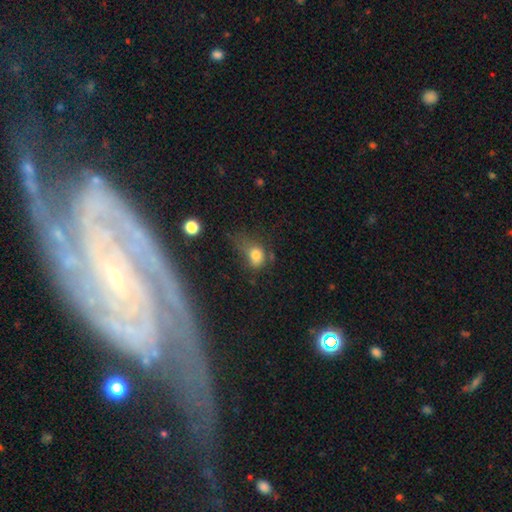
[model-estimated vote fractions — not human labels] A smooth galaxy with no disk features (74%) that is in between round and cigar-shaped (55%).

Vote fractions:
- Smooth or featured? smooth: 74% / star or artifact: 14% / featured or disk: 11%
- How rounded? in between: 55% / round: 43% / cigar-shaped: 2%
- Merging? none: 35% / major disturbance: 30% / minor disturbance: 28% / merger: 7%